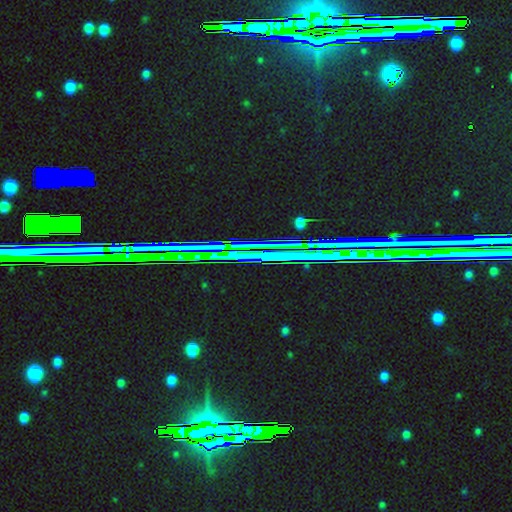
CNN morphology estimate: Smooth or featured?
  - star or artifact: 85% *
  - featured or disk: 8%
  - smooth: 7%